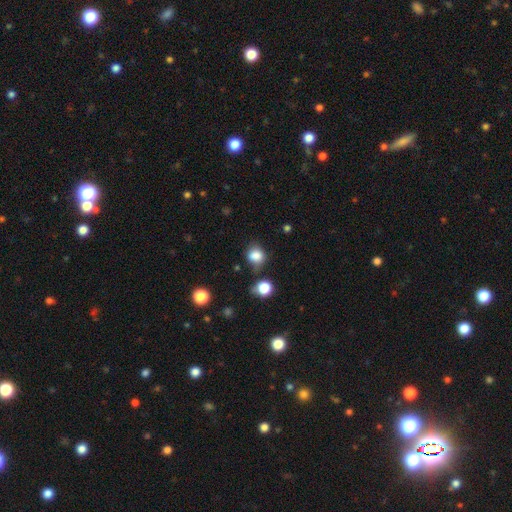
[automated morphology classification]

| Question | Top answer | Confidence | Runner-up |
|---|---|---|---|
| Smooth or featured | smooth | 82% | star or artifact (11%) |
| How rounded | round | 68% | in between (31%) |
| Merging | none | 65% | minor disturbance (21%) |